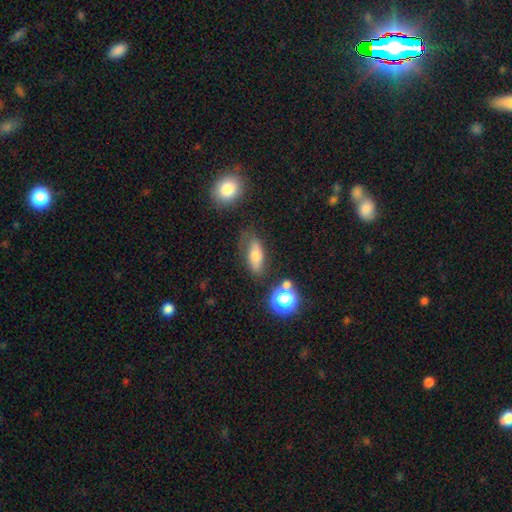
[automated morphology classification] Smooth or featured: smooth — 69% (featured or disk — 19%)
How rounded: in between — 67% (cigar-shaped — 25%)
Merging: none — 68% (minor disturbance — 19%)